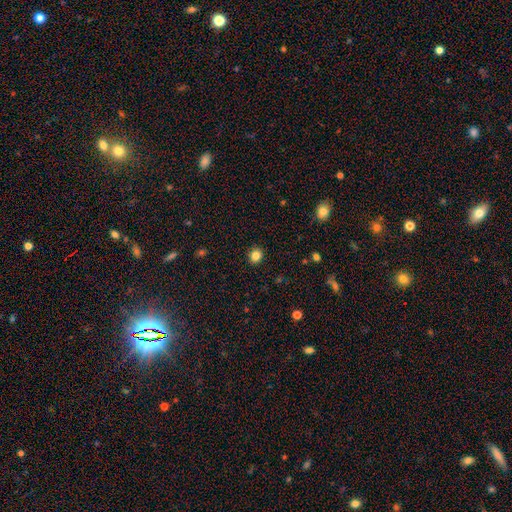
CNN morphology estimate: Smooth or featured?
  - smooth: 84% *
  - star or artifact: 11%
  - featured or disk: 5%
How rounded?
  - round: 76% *
  - in between: 23%
  - cigar-shaped: 1%
Merging?
  - none: 91% *
  - minor disturbance: 6%
  - major disturbance: 2%
  - merger: 1%